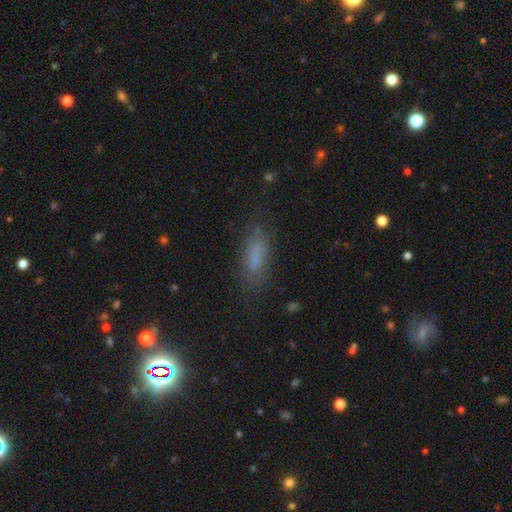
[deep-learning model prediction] Morphology: type=smooth (72%); roundness=in between (54%); merging=none (77%).